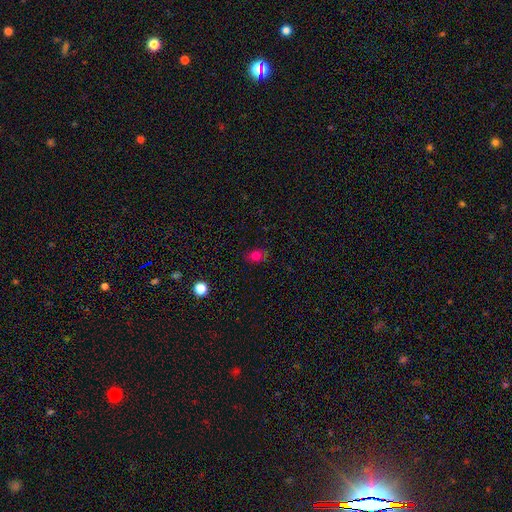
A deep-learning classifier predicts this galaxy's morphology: type=smooth (72%); roundness=in between (56%); merging=none (79%).